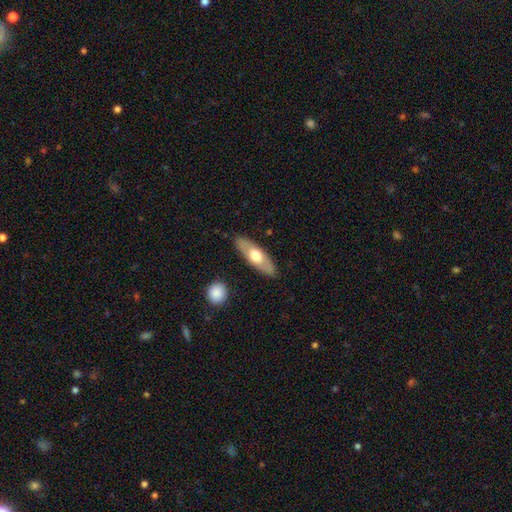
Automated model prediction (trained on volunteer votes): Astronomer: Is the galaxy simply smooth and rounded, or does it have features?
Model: smooth — 52% (runner-up: featured or disk, 43%).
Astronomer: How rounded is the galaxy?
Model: in between — 59% (runner-up: cigar-shaped, 38%).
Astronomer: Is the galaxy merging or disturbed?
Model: none — 85%.